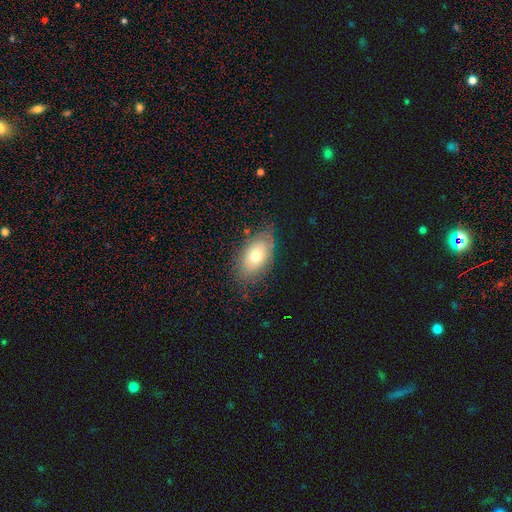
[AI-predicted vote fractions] The model was most divided on "smooth or featured": smooth: 61%, featured or disk: 31%, star or artifact: 8%. More confident: how rounded — in between (91%); merging — none (76%).